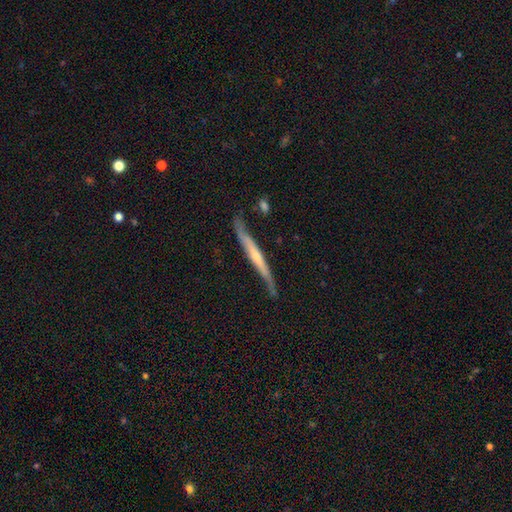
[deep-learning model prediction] Smooth or featured? Predicted: featured or disk (p=0.68). Edge-on disk? Predicted: yes (p=0.88). Edge-on bulge? Predicted: none (p=0.52). Merging? Predicted: none (p=0.65).